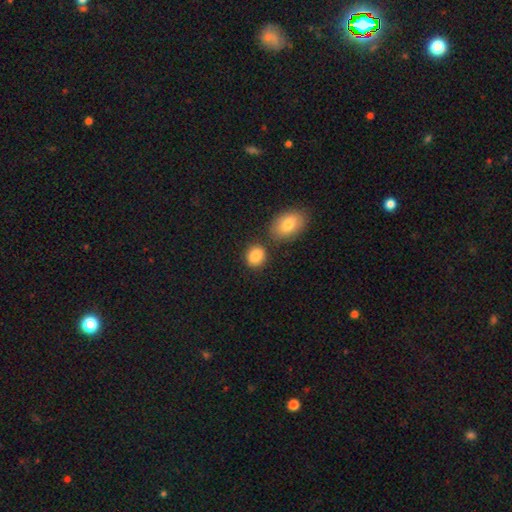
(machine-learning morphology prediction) Smooth or featured: smooth — 86% (star or artifact — 8%)
How rounded: round — 58% (in between — 40%)
Merging: none — 73% (merger — 12%)